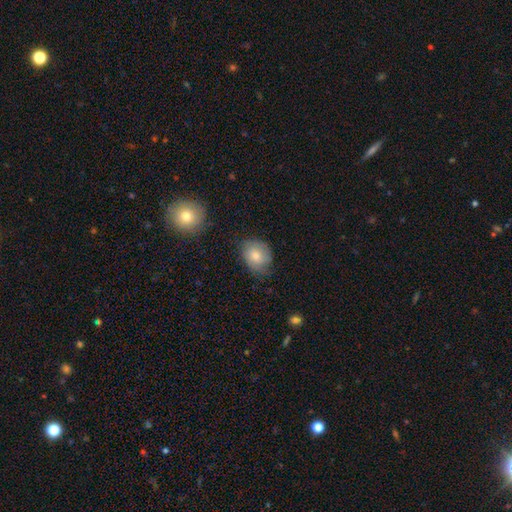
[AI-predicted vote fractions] The model was most divided on "how rounded": in between: 52%, round: 47%, cigar-shaped: 1%. More confident: smooth or featured — smooth (73%); merging — none (63%).